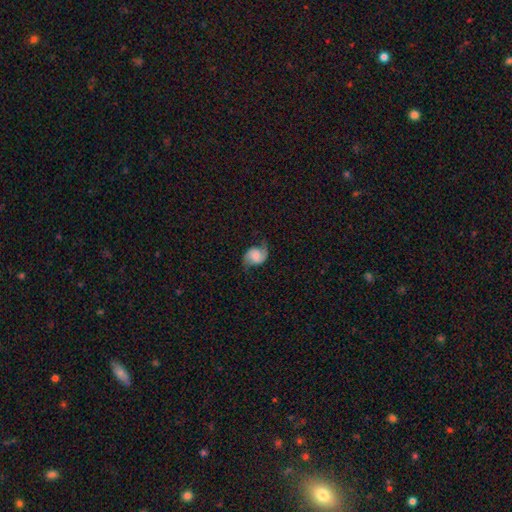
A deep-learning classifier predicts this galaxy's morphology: The model was most divided on "bulge size": none: 30%, small: 25%, moderate: 25%, large: 16%, dominant: 5%. Remaining: edge-on disk — no (98%); spiral arms — yes (96%); spiral arm count — 2 (92%); smooth or featured — featured or disk (77%); merging — none (74%); bar — no (61%); spiral winding — loose (48%).